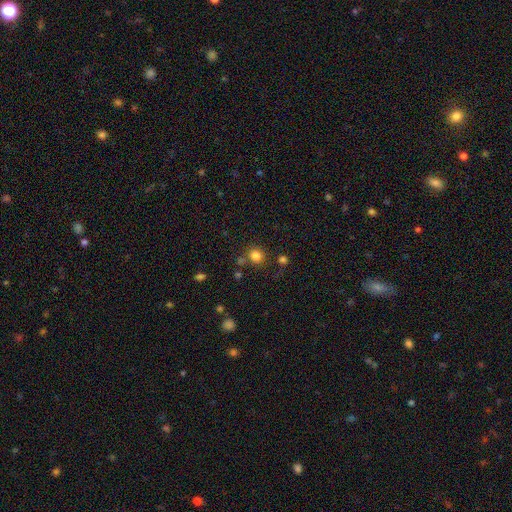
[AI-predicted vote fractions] A smooth galaxy with no disk features (81%) that is round (87%).

Vote fractions:
- Smooth or featured? smooth: 81% / star or artifact: 14% / featured or disk: 5%
- How rounded? round: 87% / in between: 12% / cigar-shaped: 1%
- Merging? none: 77% / minor disturbance: 10% / merger: 10% / major disturbance: 4%